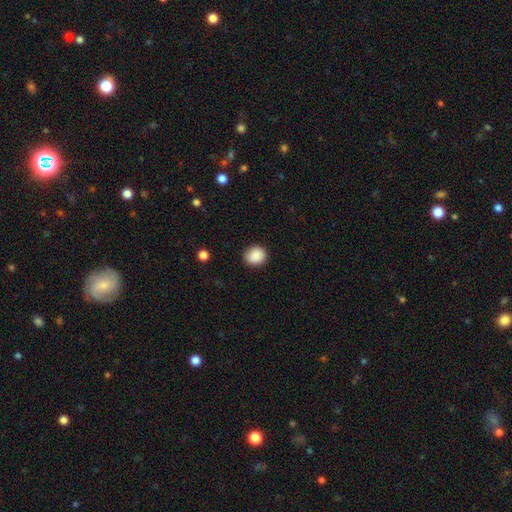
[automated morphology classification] type=smooth (89%); roundness=round (80%); merging=none (85%).